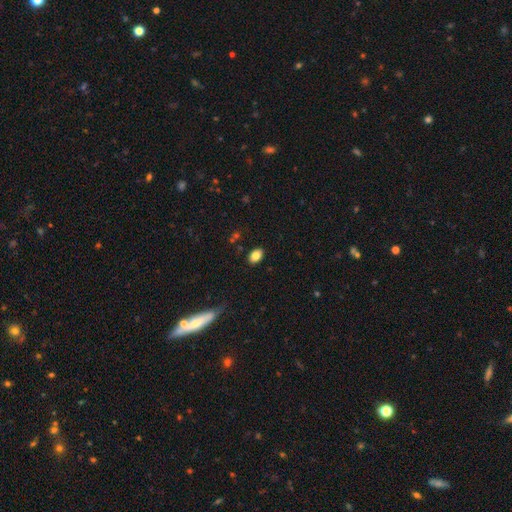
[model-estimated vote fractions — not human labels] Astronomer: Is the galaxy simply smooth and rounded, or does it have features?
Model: smooth — 82%.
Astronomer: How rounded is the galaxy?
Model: in between — 84%.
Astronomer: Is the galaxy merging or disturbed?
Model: none — 87%.